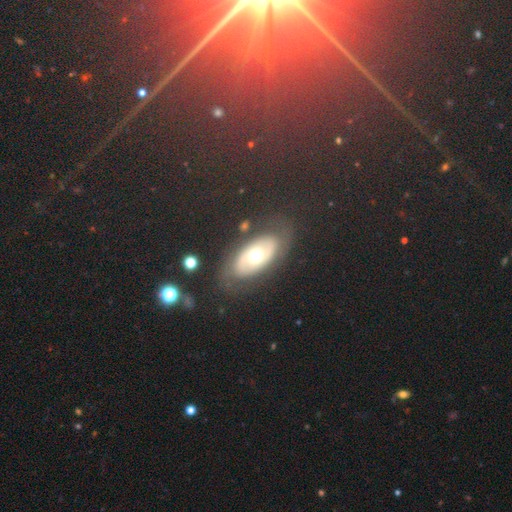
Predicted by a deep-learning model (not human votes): This appears to be a featured or disk galaxy (56%). Merging: none (76%).